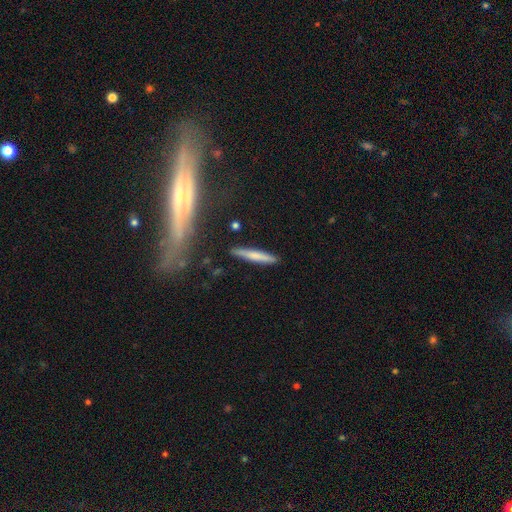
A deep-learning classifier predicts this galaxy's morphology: Smooth or featured?
  - smooth: 65% *
  - featured or disk: 29%
  - star or artifact: 6%
How rounded?
  - cigar-shaped: 93% *
  - in between: 5%
  - round: 2%
Merging?
  - none: 87% *
  - minor disturbance: 9%
  - merger: 2%
  - major disturbance: 2%